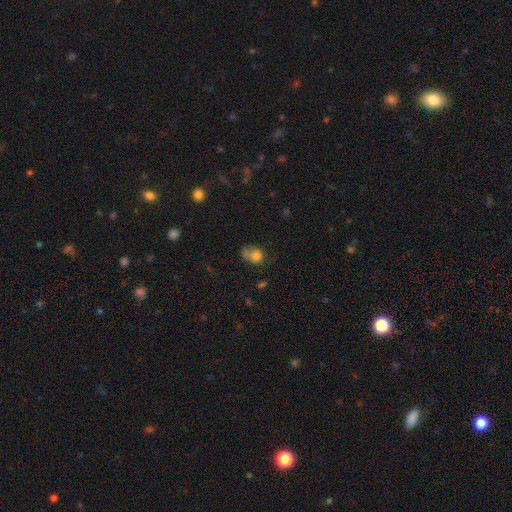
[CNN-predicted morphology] This is likely a smooth galaxy (75%). How rounded: likely round (64%). Merging: marginally none (36%).